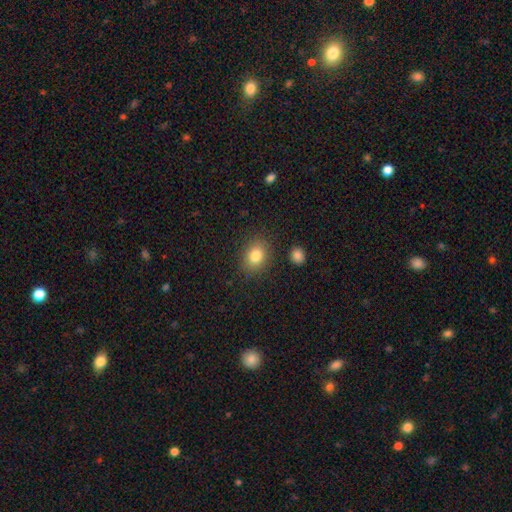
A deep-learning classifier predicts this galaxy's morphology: Smooth or featured: smooth — 83% (star or artifact — 10%)
How rounded: in between — 52% (round — 47%)
Merging: none — 85% (minor disturbance — 10%)